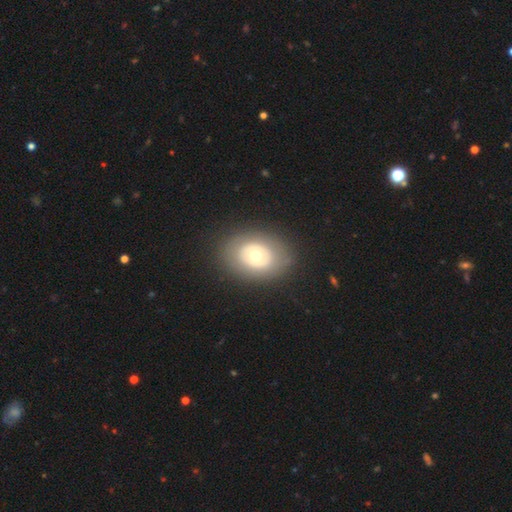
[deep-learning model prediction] smooth-or-featured: featured or disk: 47% | smooth: 46% | star or artifact: 7%
  merging: none: 83% | minor disturbance: 10% | major disturbance: 5% | merger: 1%